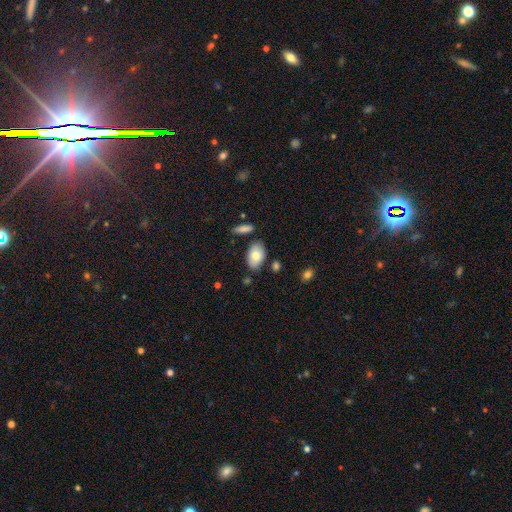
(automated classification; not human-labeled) Smooth or featured? smooth (78%)
How rounded? in between (93%)
Merging? none (78%)